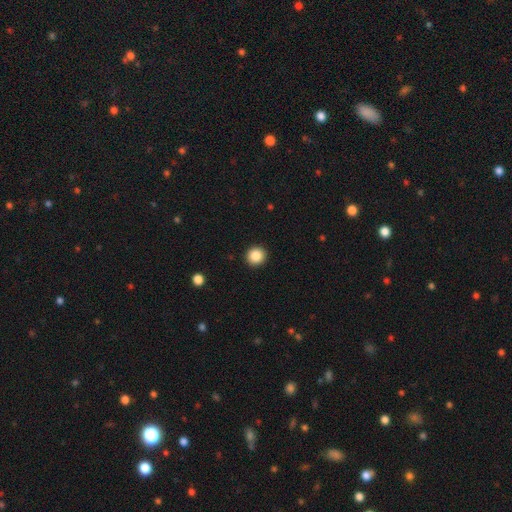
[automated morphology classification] This is clearly a smooth galaxy (87%). How rounded: clearly round (93%). Merging: clearly none (93%).